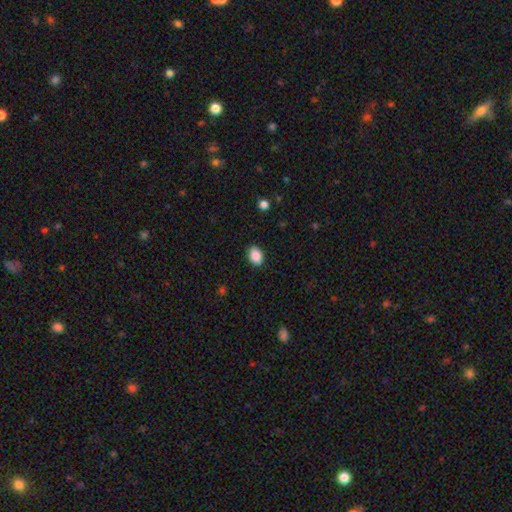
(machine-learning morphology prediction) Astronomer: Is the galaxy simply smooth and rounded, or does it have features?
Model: smooth — 89%.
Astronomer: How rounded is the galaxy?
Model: in between — 79%.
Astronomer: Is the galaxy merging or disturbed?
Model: none — 89%.